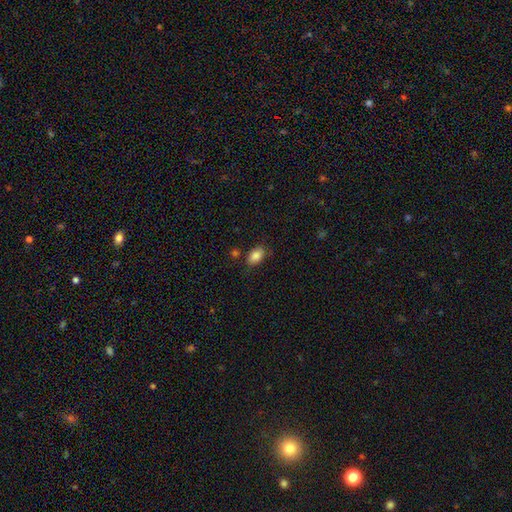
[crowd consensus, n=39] Volunteers were most divided on "merging": none: 81%, minor disturbance: 16%, major disturbance: 3%, merger: 0%. More confident: how rounded — in between (88%); smooth or featured — smooth (87%).